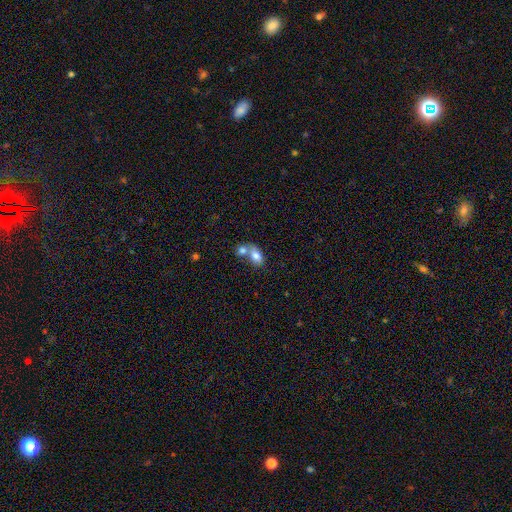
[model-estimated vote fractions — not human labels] A smooth galaxy with no disk features (79%) that is in between round and cigar-shaped (82%).

Vote fractions:
- Smooth or featured? smooth: 79% / featured or disk: 13% / star or artifact: 8%
- How rounded? in between: 82% / round: 16% / cigar-shaped: 2%
- Merging? merger: 60% / none: 28% / minor disturbance: 8% / major disturbance: 4%